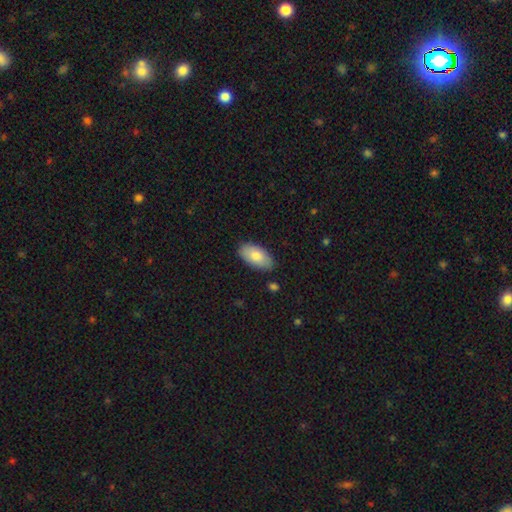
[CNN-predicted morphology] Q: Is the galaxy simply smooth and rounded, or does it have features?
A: smooth — 80%.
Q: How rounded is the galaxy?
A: in between — 94%.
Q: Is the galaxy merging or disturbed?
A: none — 84%.